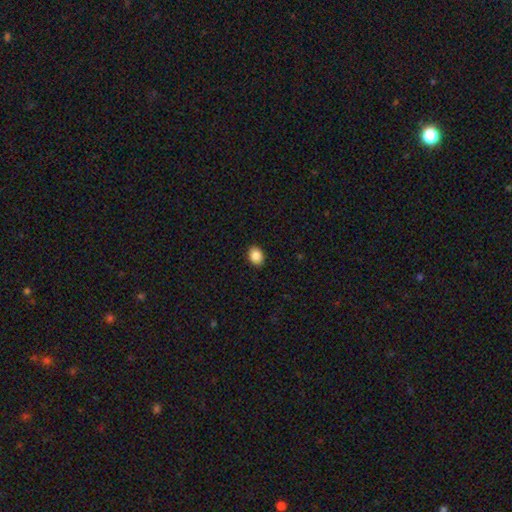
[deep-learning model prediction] Q: Smooth or featured?
A: smooth (88%); runner-up: star or artifact (8%)
Q: How rounded?
A: in between (61%); runner-up: round (38%)
Q: Merging?
A: none (91%); runner-up: minor disturbance (7%)